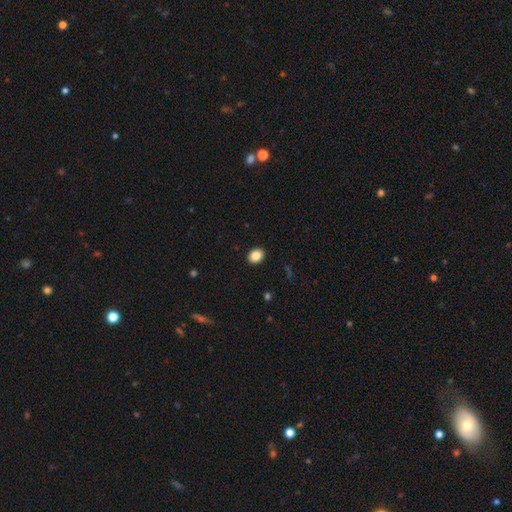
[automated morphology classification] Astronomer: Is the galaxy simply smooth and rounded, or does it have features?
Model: smooth — 86%.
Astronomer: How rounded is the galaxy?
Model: round — 52% (runner-up: in between, 47%).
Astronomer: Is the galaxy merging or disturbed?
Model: none — 92%.